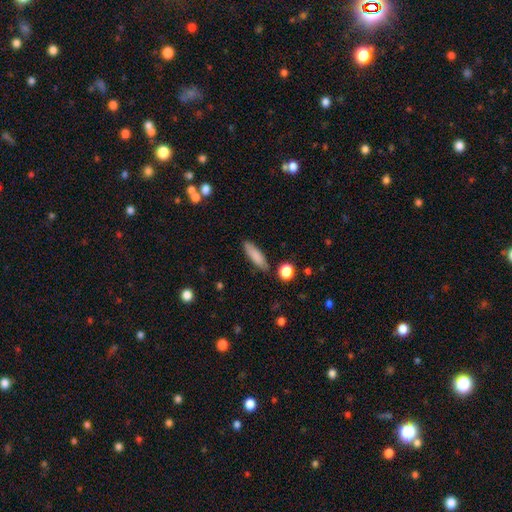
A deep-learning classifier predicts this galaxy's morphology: A smooth galaxy with no disk features (83%) that is cigar-shaped (64%).

Vote fractions:
- Smooth or featured? smooth: 83% / featured or disk: 10% / star or artifact: 7%
- How rounded? cigar-shaped: 64% / in between: 34% / round: 2%
- Merging? none: 83% / minor disturbance: 11% / merger: 3% / major disturbance: 3%